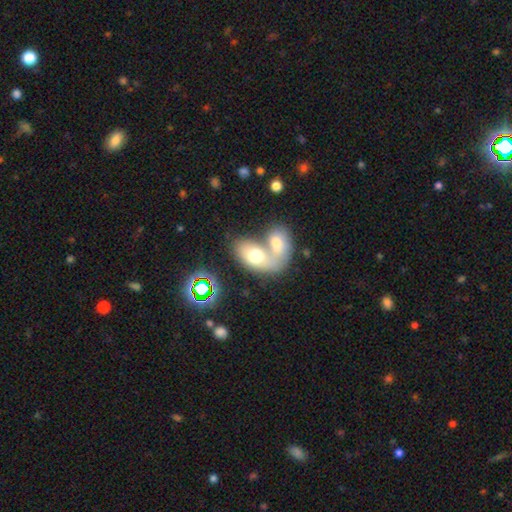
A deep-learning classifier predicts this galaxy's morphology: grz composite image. It shows a smooth galaxy with no disk features (61%) that is in between round and cigar-shaped (84%). Merging: merger (74%).